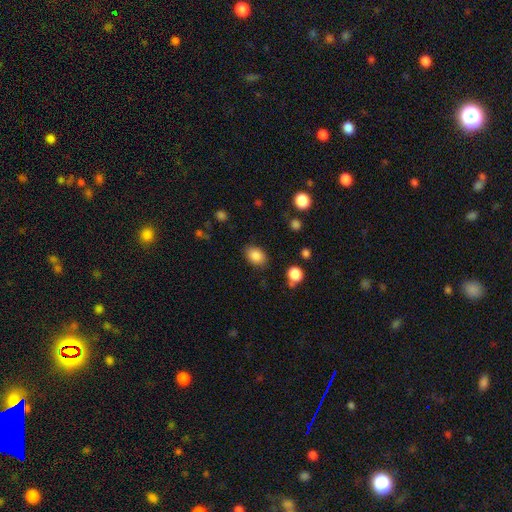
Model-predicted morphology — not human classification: type=smooth (86%); roundness=in between (71%); merging=none (82%).